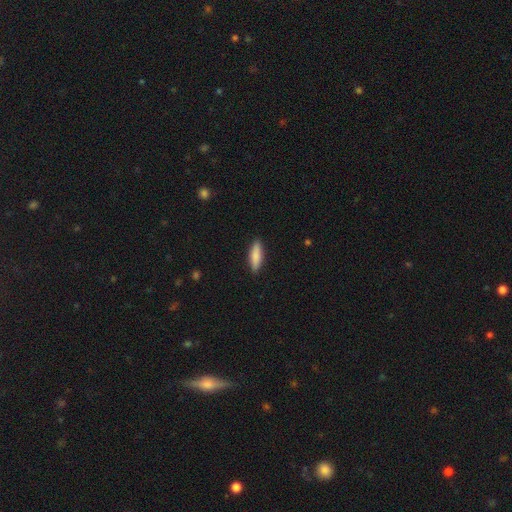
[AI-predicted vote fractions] Smooth or featured? Predicted: smooth (p=0.83). How rounded? Predicted: cigar-shaped (p=0.59). Merging? Predicted: none (p=0.89).